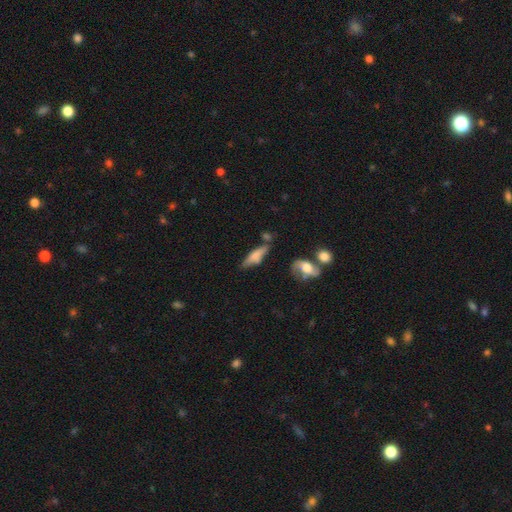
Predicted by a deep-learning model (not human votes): This appears to be a smooth galaxy with no disk features (60%) that is cigar-shaped (62%). Merging: none (55%).